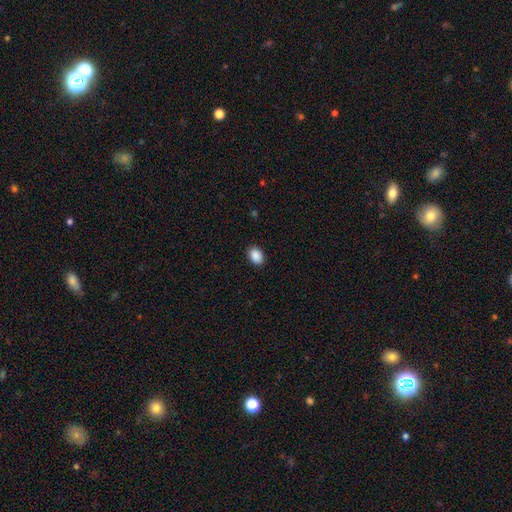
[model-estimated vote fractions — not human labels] A smooth galaxy with no disk features (90%) that is in between round and cigar-shaped (81%).

Vote fractions:
- Smooth or featured? smooth: 90% / star or artifact: 8% / featured or disk: 2%
- How rounded? in between: 81% / round: 18% / cigar-shaped: 1%
- Merging? none: 89% / minor disturbance: 8% / major disturbance: 2% / merger: 1%